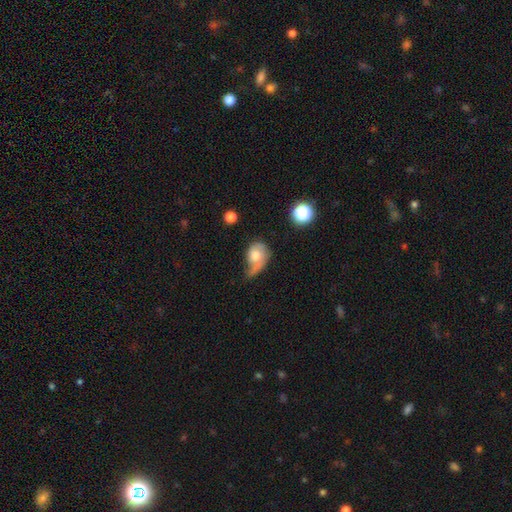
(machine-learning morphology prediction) smooth 56%, featured or disk 36%, star or artifact 8%. Down the decision tree: how rounded — in between (59%); merging — major disturbance (38%).